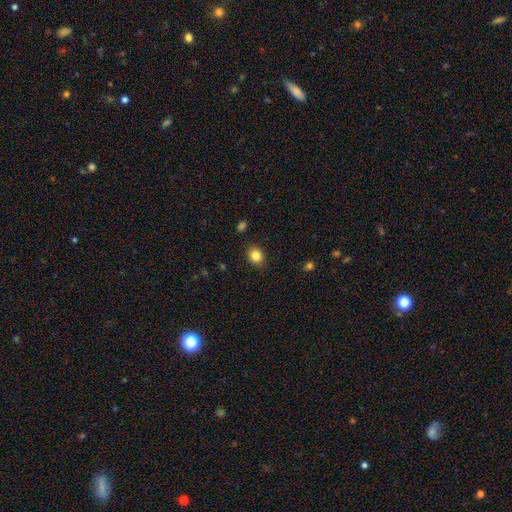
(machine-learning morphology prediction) smooth_or_featured: smooth (p=0.84) [alt: star or artifact p=0.10]
how_rounded: round (p=0.61) [alt: in between p=0.38]
merging: none (p=0.89) [alt: minor disturbance p=0.08]